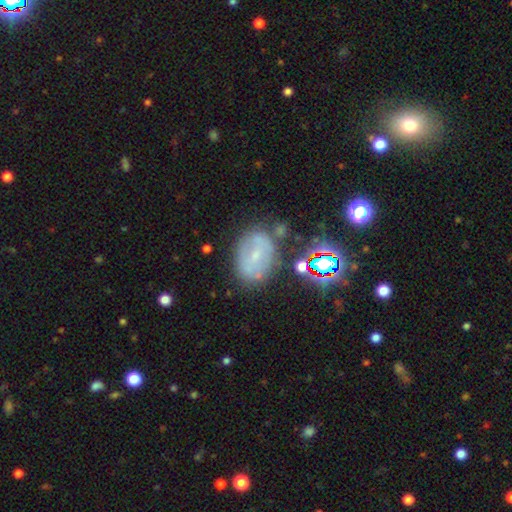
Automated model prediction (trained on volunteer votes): A featured or disk galaxy (51%). Merging: none (65%).